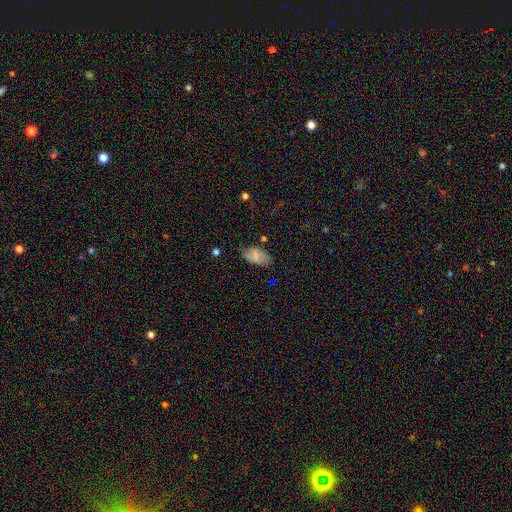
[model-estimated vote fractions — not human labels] This appears to be a smooth galaxy with no disk features (71%) that is in between round and cigar-shaped (94%). Merging: none (72%).